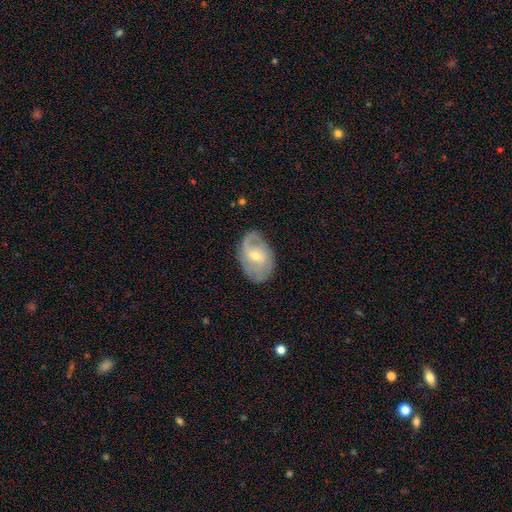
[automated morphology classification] Smooth or featured? Predicted: featured or disk (p=0.71). Edge-on disk? Predicted: no (p=0.96). Bar? Predicted: weak (p=0.48). Spiral arms? Predicted: yes (p=0.86). Spiral winding? Predicted: medium (p=0.42). Spiral arm count? Predicted: 2 (p=0.51). Bulge size? Predicted: moderate (p=0.51). Merging? Predicted: none (p=0.71).